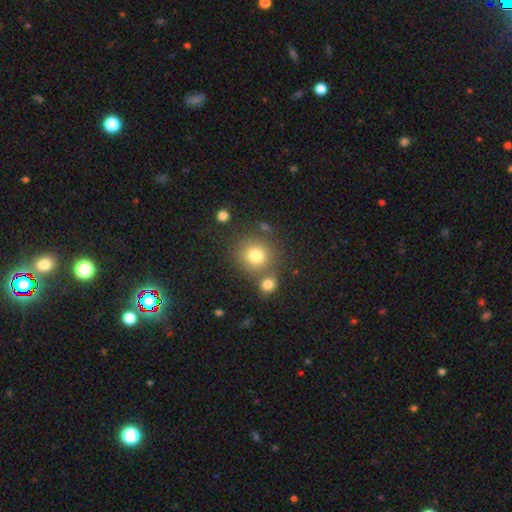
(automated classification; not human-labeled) This is likely a smooth galaxy (78%). How rounded: clearly round (90%). Merging: likely none (65%).